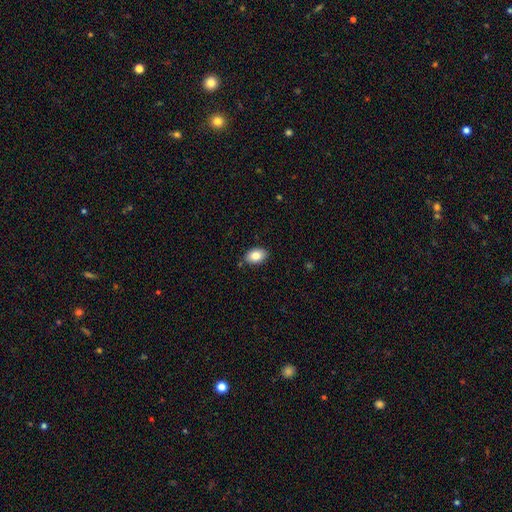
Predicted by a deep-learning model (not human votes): Morphology: type=smooth (83%); roundness=in between (86%); merging=none (85%).